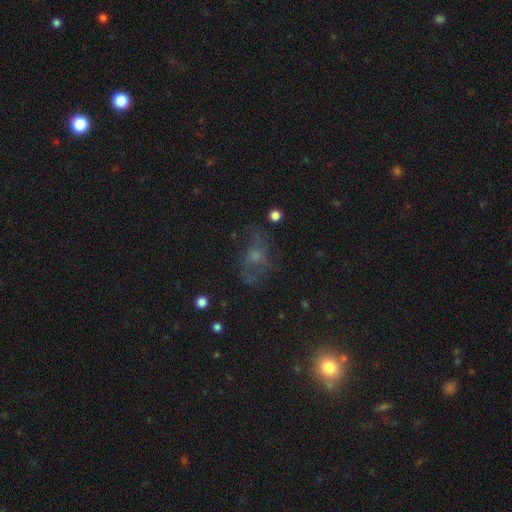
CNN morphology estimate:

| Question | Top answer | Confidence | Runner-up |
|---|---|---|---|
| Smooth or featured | featured or disk | 41% | smooth (38%) |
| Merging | none | 46% | major disturbance (29%) |